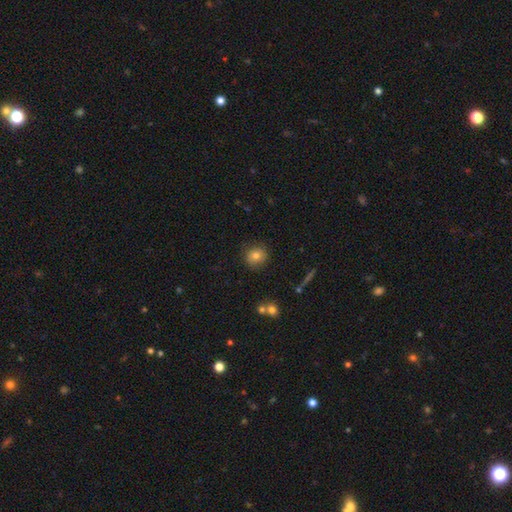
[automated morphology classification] This appears to be a smooth galaxy with no disk features (78%) that is round (85%). Merging: none (85%).